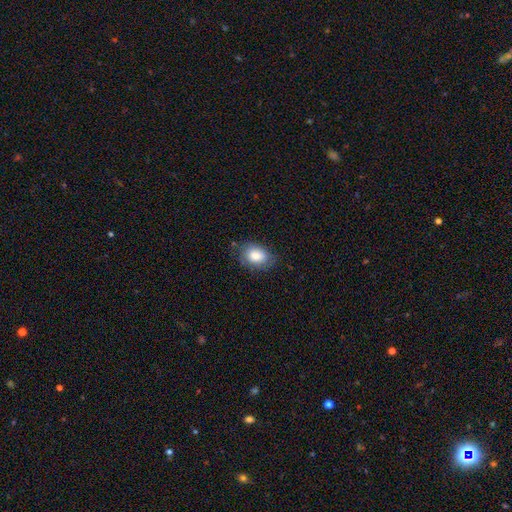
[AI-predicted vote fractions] Morphology: type=smooth (83%); roundness=in between (79%); merging=none (72%).